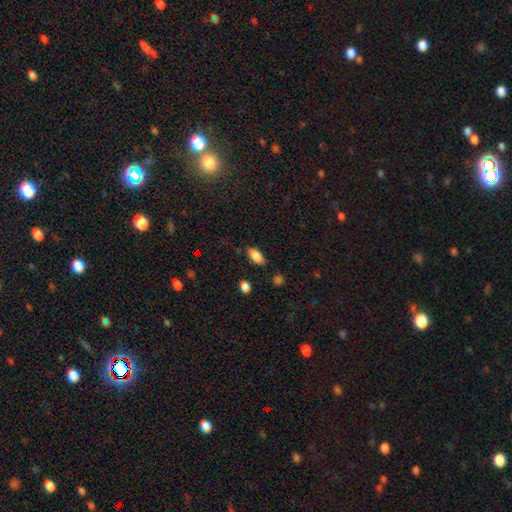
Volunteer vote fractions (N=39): Smooth or featured? smooth (79%)
How rounded? in between (90%)
Merging? none (74%)